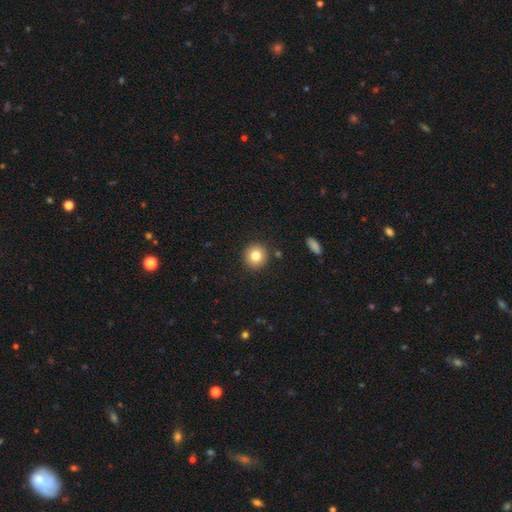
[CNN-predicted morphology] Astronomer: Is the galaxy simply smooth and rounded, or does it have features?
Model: smooth — 80%.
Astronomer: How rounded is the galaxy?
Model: round — 93%.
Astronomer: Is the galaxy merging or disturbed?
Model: none — 90%.